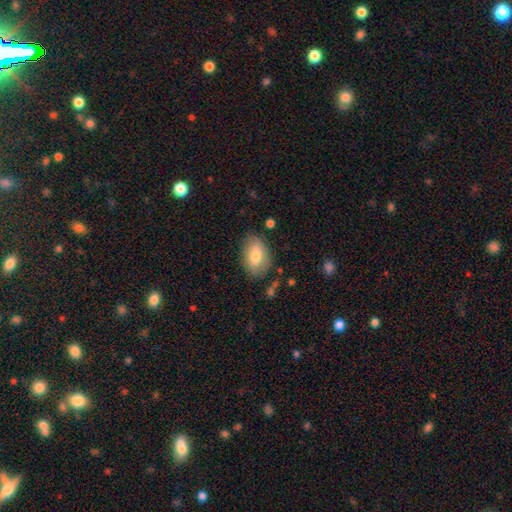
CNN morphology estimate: Smooth or featured?
  - smooth: 76% *
  - featured or disk: 17%
  - star or artifact: 7%
How rounded?
  - in between: 87% *
  - round: 11%
  - cigar-shaped: 2%
Merging?
  - none: 78% *
  - minor disturbance: 16%
  - major disturbance: 4%
  - merger: 2%